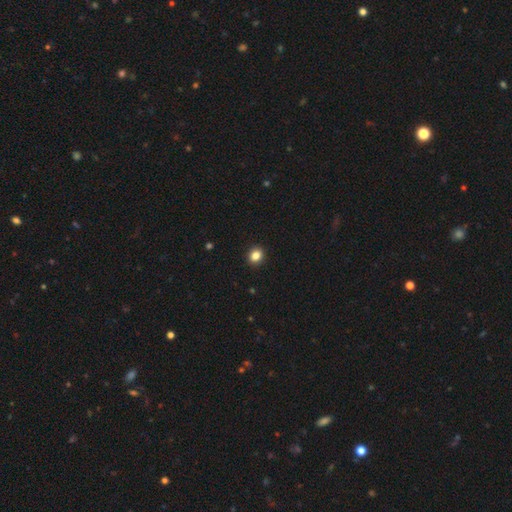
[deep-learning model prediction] This is clearly a smooth galaxy (85%). How rounded: likely round (70%). Merging: clearly none (93%).